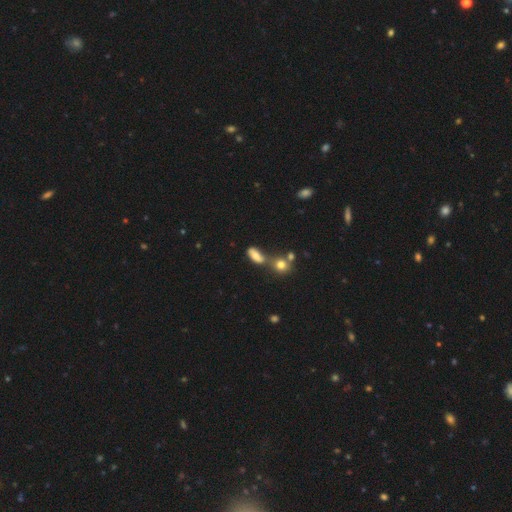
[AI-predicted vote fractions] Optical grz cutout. It shows a smooth galaxy with no disk features (75%) that is in between round and cigar-shaped (80%). Merging: none (40%).